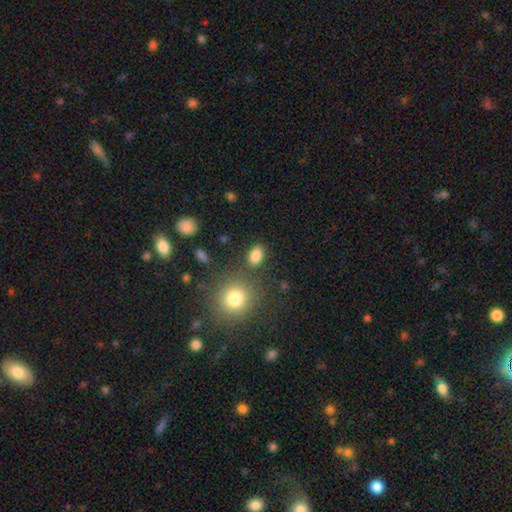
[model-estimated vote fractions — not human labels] Smooth or featured? Predicted: smooth (p=0.84). How rounded? Predicted: in between (p=0.80). Merging? Predicted: none (p=0.80).